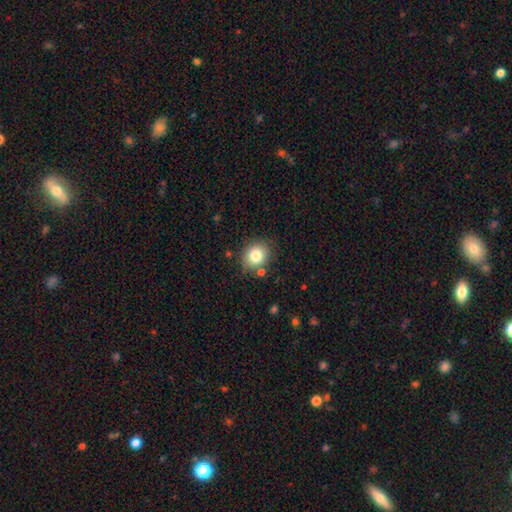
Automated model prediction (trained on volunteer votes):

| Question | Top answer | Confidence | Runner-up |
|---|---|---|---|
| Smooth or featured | smooth | 82% | star or artifact (10%) |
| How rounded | round | 73% | in between (26%) |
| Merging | none | 81% | minor disturbance (11%) |